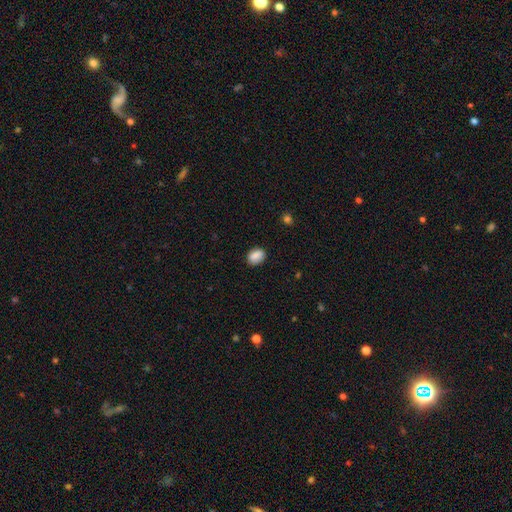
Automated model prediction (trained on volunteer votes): Smooth or featured: smooth — 86% (star or artifact — 8%)
How rounded: in between — 67% (round — 32%)
Merging: none — 83% (minor disturbance — 13%)